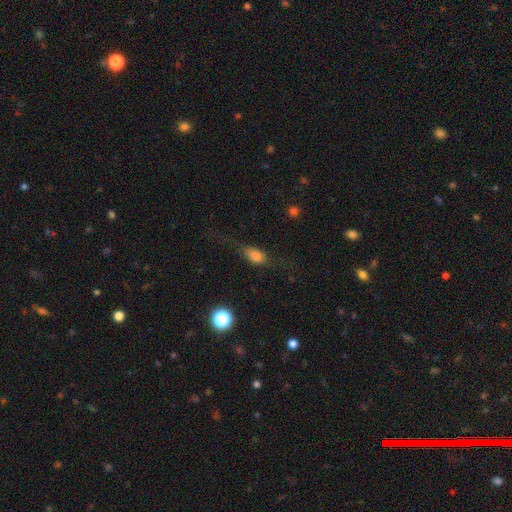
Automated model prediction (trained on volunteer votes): Smooth or featured: smooth — 73% (featured or disk — 15%)
How rounded: in between — 79% (round — 11%)
Merging: none — 51% (minor disturbance — 25%)